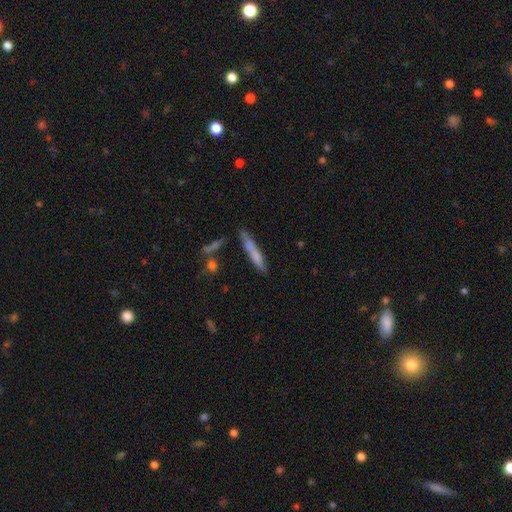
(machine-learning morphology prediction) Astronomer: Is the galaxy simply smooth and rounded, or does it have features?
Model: smooth — 63%.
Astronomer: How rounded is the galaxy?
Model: cigar-shaped — 92%.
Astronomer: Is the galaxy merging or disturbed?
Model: none — 69%.